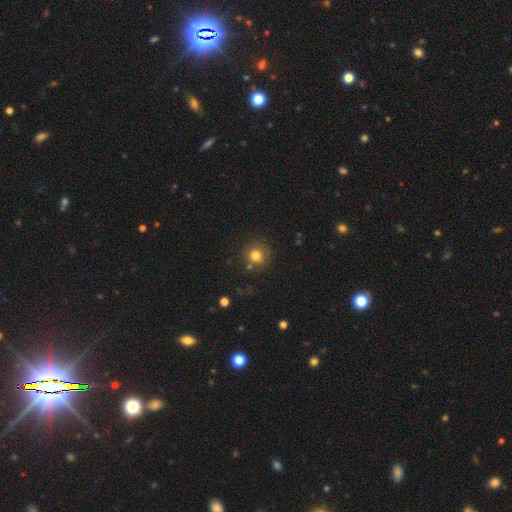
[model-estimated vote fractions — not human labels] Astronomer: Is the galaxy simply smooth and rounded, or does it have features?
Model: smooth — 79%.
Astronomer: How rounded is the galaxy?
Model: round — 92%.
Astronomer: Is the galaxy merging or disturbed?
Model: none — 76%.